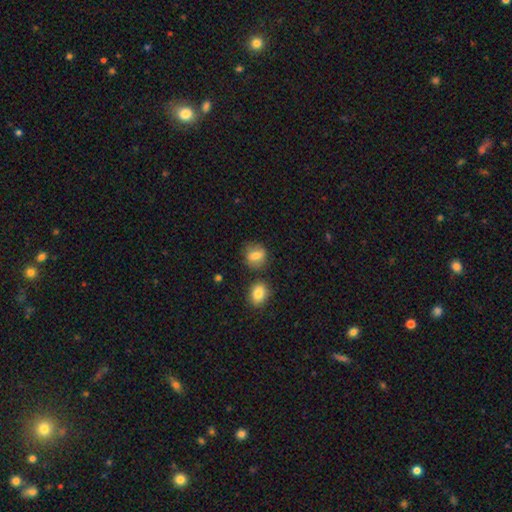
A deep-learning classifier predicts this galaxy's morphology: This is likely a smooth galaxy (75%). How rounded: likely round (64%). Merging: likely none (73%).